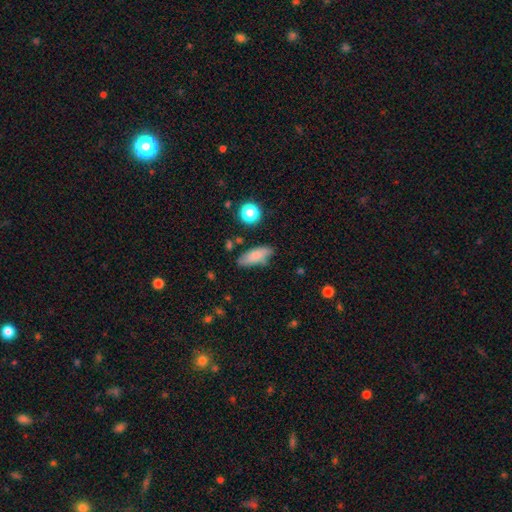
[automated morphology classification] smooth_or_featured: smooth (p=0.80) [alt: featured or disk p=0.12]
how_rounded: in between (p=0.74) [alt: cigar-shaped p=0.23]
merging: none (p=0.72) [alt: minor disturbance p=0.19]